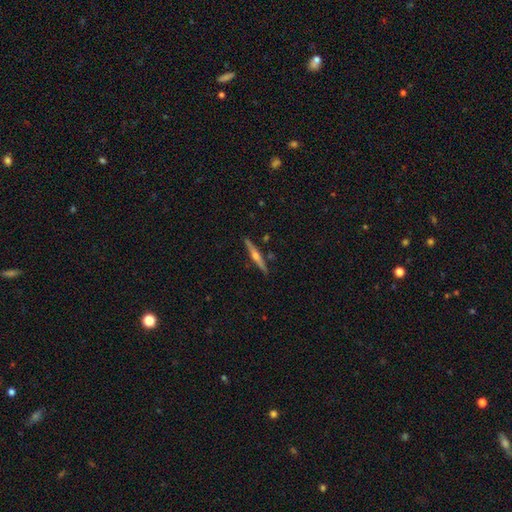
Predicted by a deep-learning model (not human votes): Smooth or featured: featured or disk — 74% (smooth — 21%)
Edge-on disk: yes — 98% (no — 2%)
Edge-on bulge: rounded — 91% (none — 5%)
Merging: none — 89% (minor disturbance — 7%)